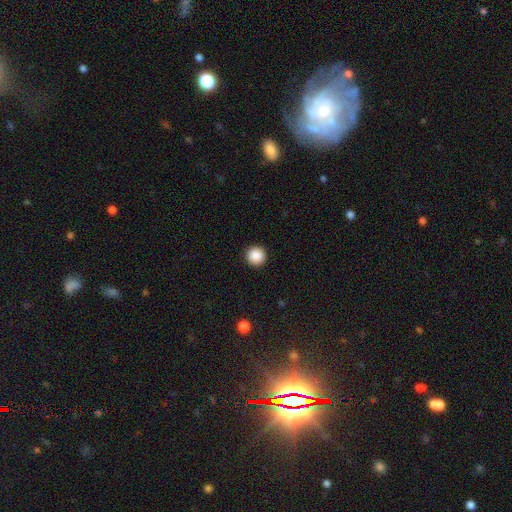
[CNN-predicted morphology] The model was most divided on "smooth or featured": smooth: 88%, star or artifact: 9%, featured or disk: 3%. More confident: how rounded — round (96%); merging — none (93%).